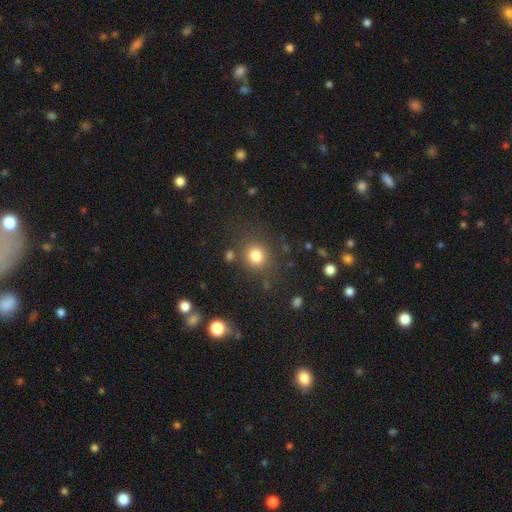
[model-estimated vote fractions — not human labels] smooth_or_featured: smooth (p=0.81) [alt: star or artifact p=0.13]
how_rounded: round (p=0.80) [alt: in between p=0.19]
merging: none (p=0.79) [alt: minor disturbance p=0.11]